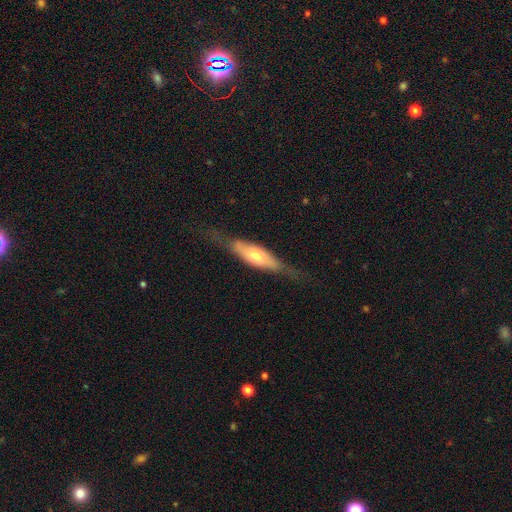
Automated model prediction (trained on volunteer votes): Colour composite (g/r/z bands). It shows a featured or disk galaxy (52%) viewed edge-on (73%). Merging: none (67%).